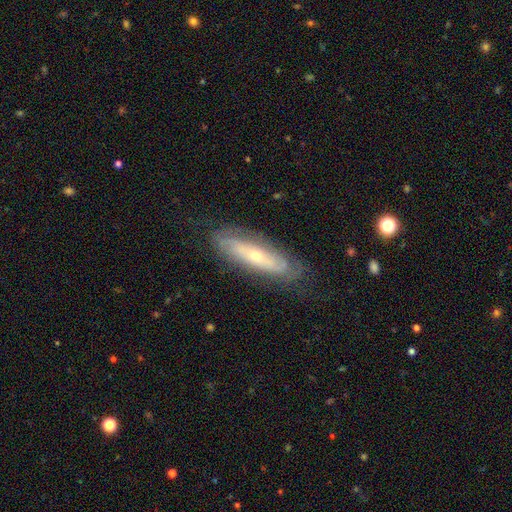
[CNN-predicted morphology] Overall: featured or disk (66%; smooth 27%). Edge-on disk: no (68%; yes 32%). Merging: none (75%).